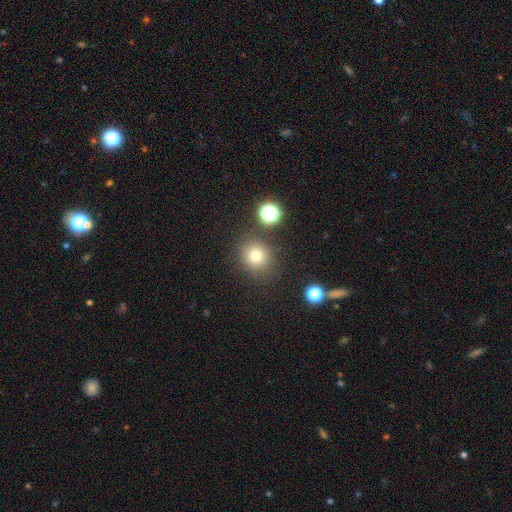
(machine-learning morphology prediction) The model was most divided on "smooth or featured": smooth: 75%, star or artifact: 17%, featured or disk: 8%. More confident: how rounded — round (87%); merging — none (83%).